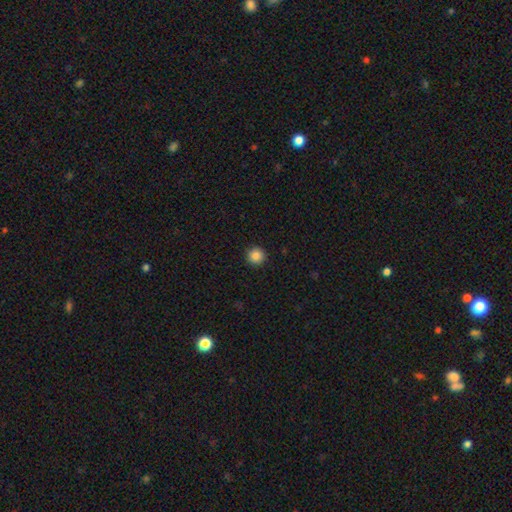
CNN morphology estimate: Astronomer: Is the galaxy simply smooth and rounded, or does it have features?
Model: smooth — 86%.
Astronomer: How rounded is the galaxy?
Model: round — 96%.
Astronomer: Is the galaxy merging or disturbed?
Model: none — 93%.